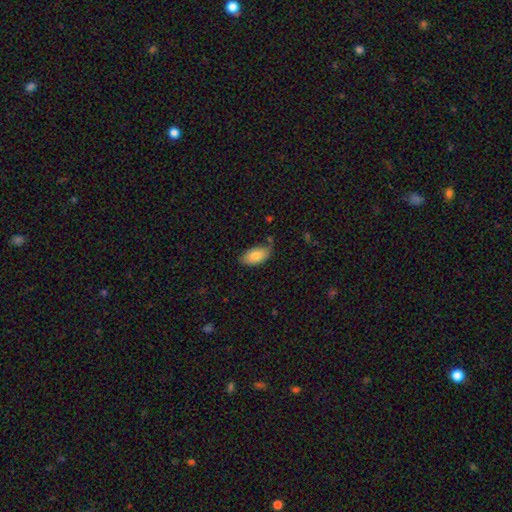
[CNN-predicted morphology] Smooth or featured? Predicted: smooth (p=0.80). How rounded? Predicted: in between (p=0.94). Merging? Predicted: none (p=0.67).